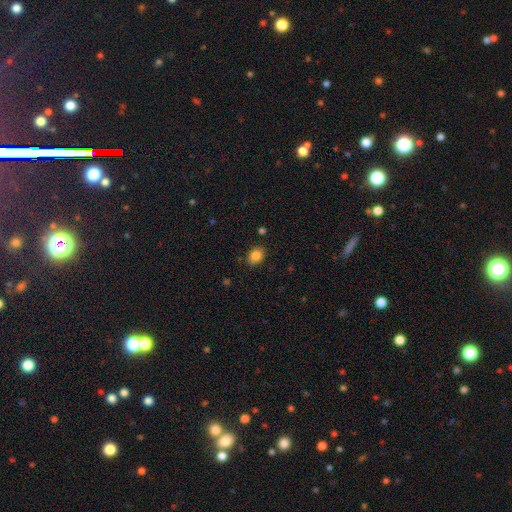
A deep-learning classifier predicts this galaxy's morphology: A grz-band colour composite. It shows a smooth galaxy with no disk features (84%) that is in between round and cigar-shaped (67%). Merging: none (86%).